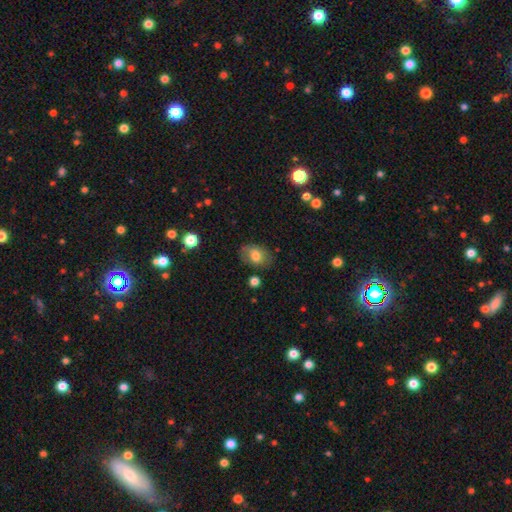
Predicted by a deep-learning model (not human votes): smooth 74%, featured or disk 18%, star or artifact 9%. Down the decision tree: how rounded — in between (77%); merging — none (74%).